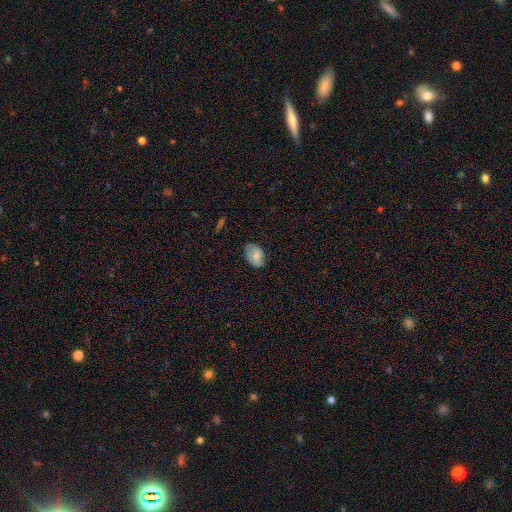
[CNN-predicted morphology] smooth_or_featured: smooth (p=0.75) [alt: featured or disk p=0.17]
how_rounded: in between (p=0.86) [alt: round p=0.13]
merging: none (p=0.70) [alt: minor disturbance p=0.24]